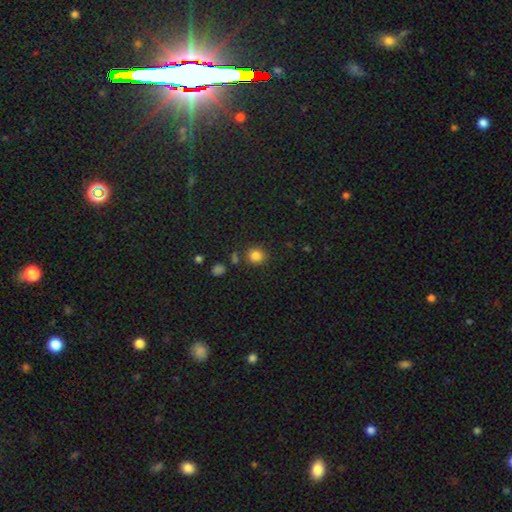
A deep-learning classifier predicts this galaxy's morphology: smooth-or-featured: smooth: 83% | star or artifact: 12% | featured or disk: 5%
  how-rounded: round: 88% | in between: 11% | cigar-shaped: 1%
  merging: none: 82% | minor disturbance: 9% | merger: 6% | major disturbance: 3%